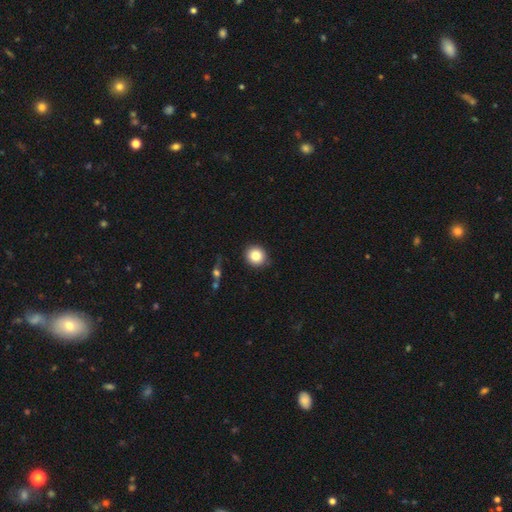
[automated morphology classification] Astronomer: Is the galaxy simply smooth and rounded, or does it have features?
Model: smooth — 84%.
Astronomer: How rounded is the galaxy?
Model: round — 86%.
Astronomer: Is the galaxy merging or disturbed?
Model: none — 86%.